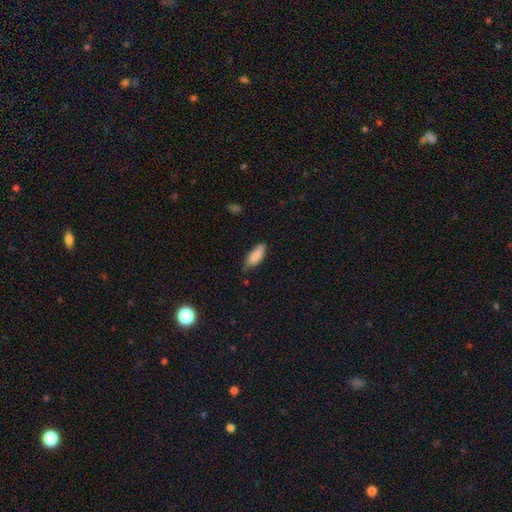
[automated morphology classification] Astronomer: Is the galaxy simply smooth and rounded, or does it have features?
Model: smooth — 88%.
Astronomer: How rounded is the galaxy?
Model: in between — 77%.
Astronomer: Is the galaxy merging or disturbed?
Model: none — 69%.